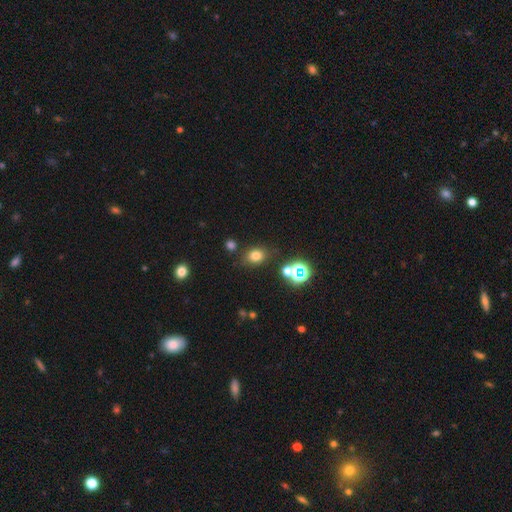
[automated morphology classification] The model was most divided on "how rounded": in between: 50%, round: 49%, cigar-shaped: 1%. More confident: merging — none (78%); smooth or featured — smooth (73%).